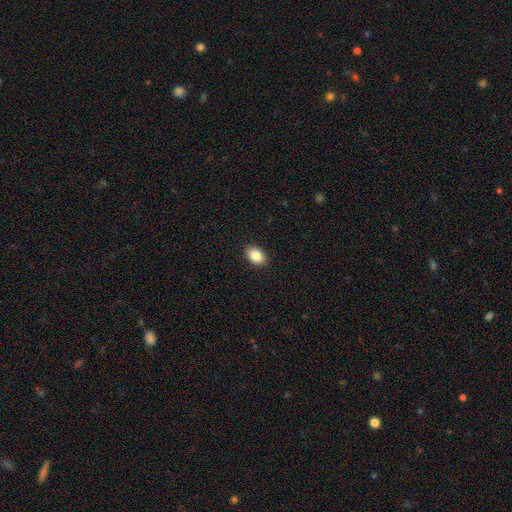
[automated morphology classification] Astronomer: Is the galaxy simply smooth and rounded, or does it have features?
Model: smooth — 85%.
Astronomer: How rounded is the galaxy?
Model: in between — 82%.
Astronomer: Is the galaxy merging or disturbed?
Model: none — 91%.